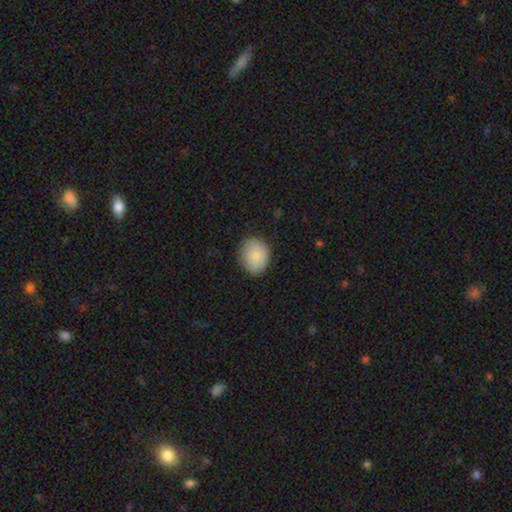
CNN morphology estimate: The model was most divided on "how rounded": round: 58%, in between: 41%, cigar-shaped: 1%. More confident: smooth or featured — smooth (83%); merging — none (82%).